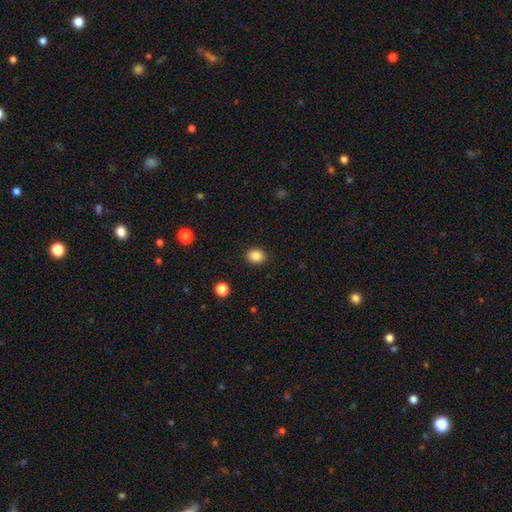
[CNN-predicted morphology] A smooth galaxy with no disk features (87%) that is in between round and cigar-shaped (51%).

Vote fractions:
- Smooth or featured? smooth: 87% / star or artifact: 10% / featured or disk: 3%
- How rounded? in between: 51% / round: 48% / cigar-shaped: 1%
- Merging? none: 89% / minor disturbance: 7% / major disturbance: 2% / merger: 1%